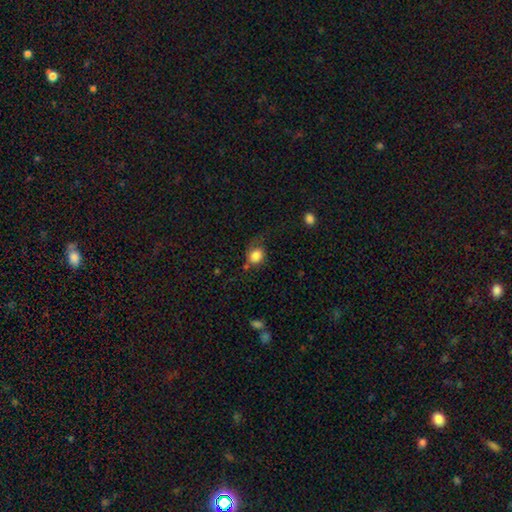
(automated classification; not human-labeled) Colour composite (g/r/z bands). It shows a smooth galaxy with no disk features (83%) that is round (63%). Merging: none (48%).